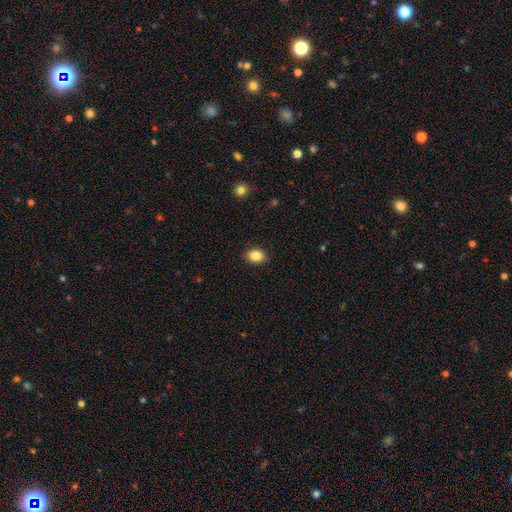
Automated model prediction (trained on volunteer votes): A smooth galaxy with no disk features (86%) that is in between round and cigar-shaped (66%).

Vote fractions:
- Smooth or featured? smooth: 86% / star or artifact: 9% / featured or disk: 5%
- How rounded? in between: 66% / round: 33% / cigar-shaped: 1%
- Merging? none: 88% / minor disturbance: 9% / major disturbance: 2% / merger: 1%